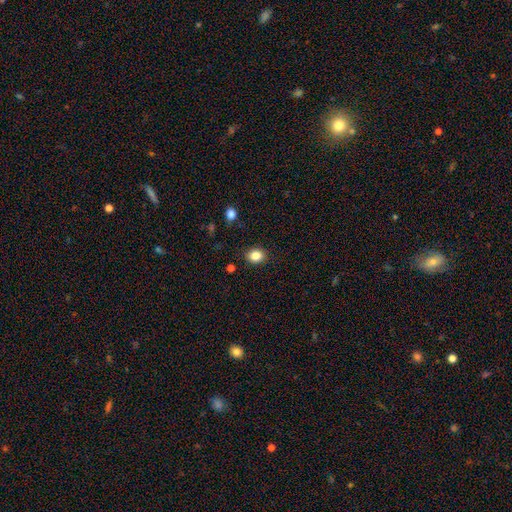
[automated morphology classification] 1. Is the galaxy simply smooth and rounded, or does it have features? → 84% smooth, 11% star or artifact, 6% featured or disk.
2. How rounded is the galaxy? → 59% round, 40% in between, 1% cigar-shaped.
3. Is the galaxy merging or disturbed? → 88% none, 9% minor disturbance, 2% major disturbance, 1% merger.